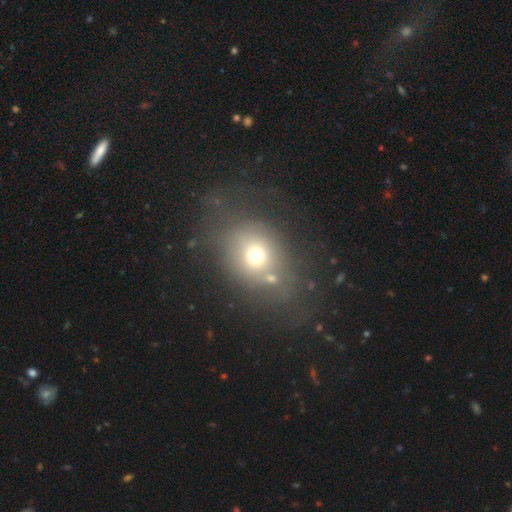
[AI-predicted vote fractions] A smooth galaxy with no disk features (64%) that is round (64%). Merging: none (52%).